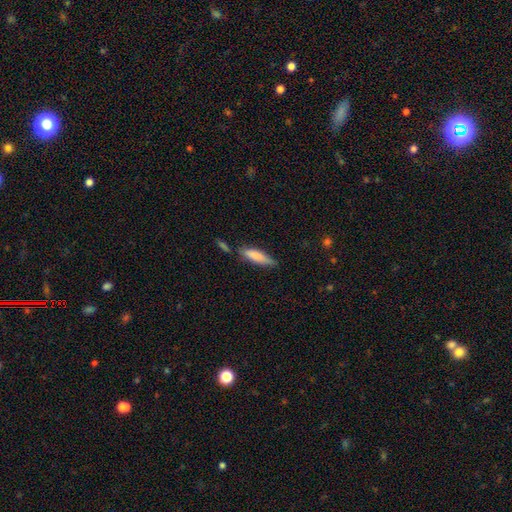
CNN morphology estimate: smooth 78%, featured or disk 16%, star or artifact 6%. Down the decision tree: how rounded — cigar-shaped (67%); merging — none (63%).